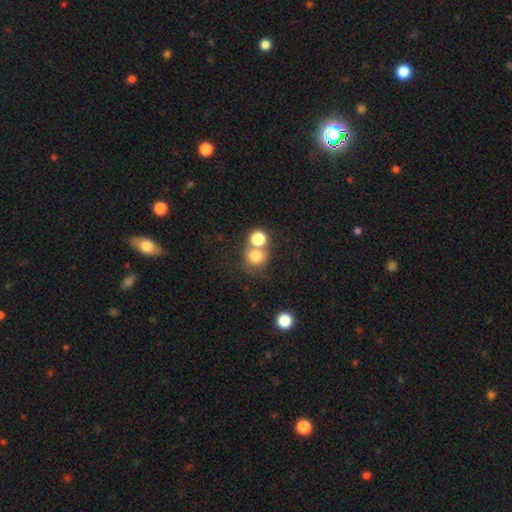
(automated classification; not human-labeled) Smooth or featured: smooth — 77% (star or artifact — 13%)
How rounded: round — 87% (in between — 12%)
Merging: merger — 45% (none — 44%)